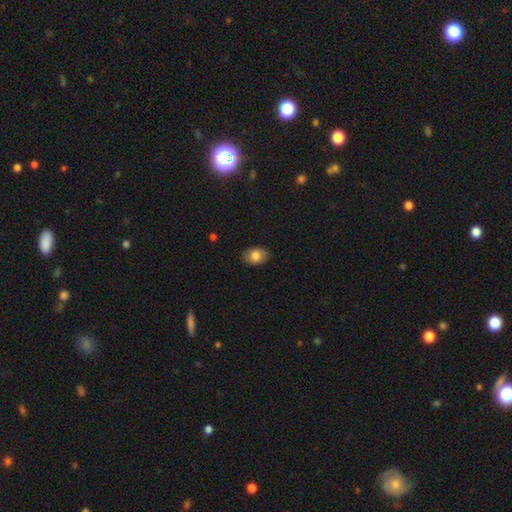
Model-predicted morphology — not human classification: Smooth or featured: smooth — 83% (featured or disk — 9%)
How rounded: in between — 78% (round — 21%)
Merging: none — 86% (minor disturbance — 11%)